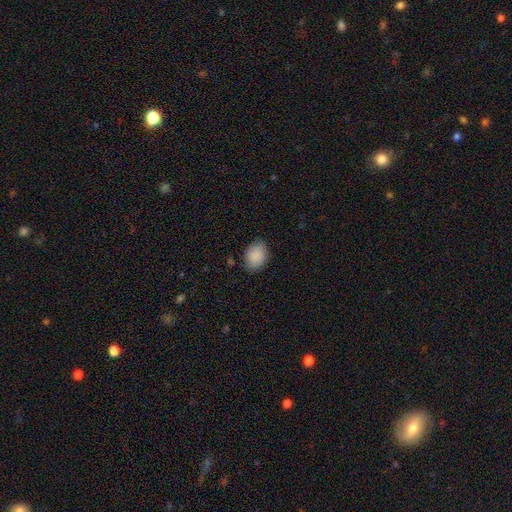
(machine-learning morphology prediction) A smooth galaxy with no disk features (89%) that is in between round and cigar-shaped (68%). Merging: none (81%).